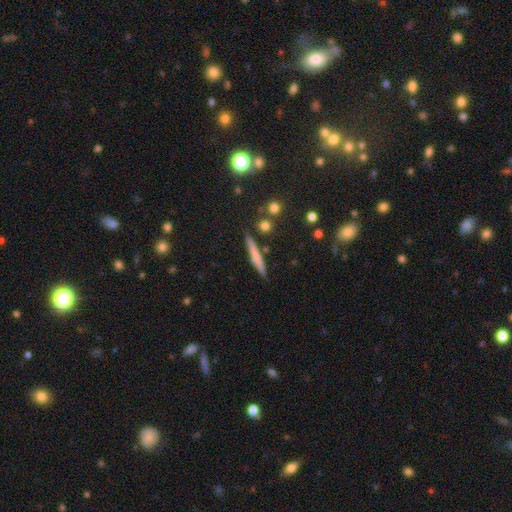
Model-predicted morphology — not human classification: smooth-or-featured: smooth: 61% | featured or disk: 31% | star or artifact: 8%
  how-rounded: cigar-shaped: 93% | in between: 5% | round: 2%
  merging: none: 86% | minor disturbance: 9% | merger: 3% | major disturbance: 2%